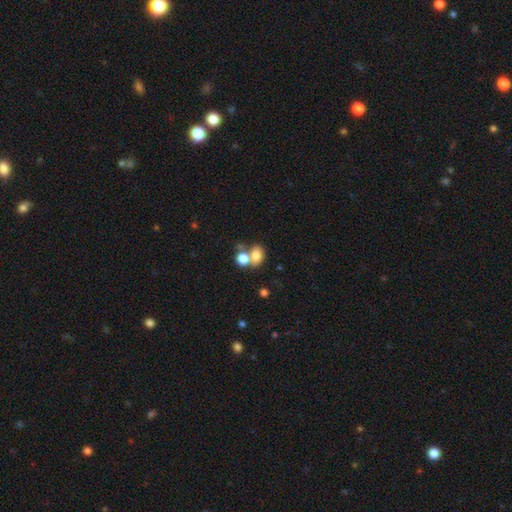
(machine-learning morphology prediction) This appears to be a smooth galaxy with no disk features (78%) that is in between round and cigar-shaped (67%). Merging: merger (47%).